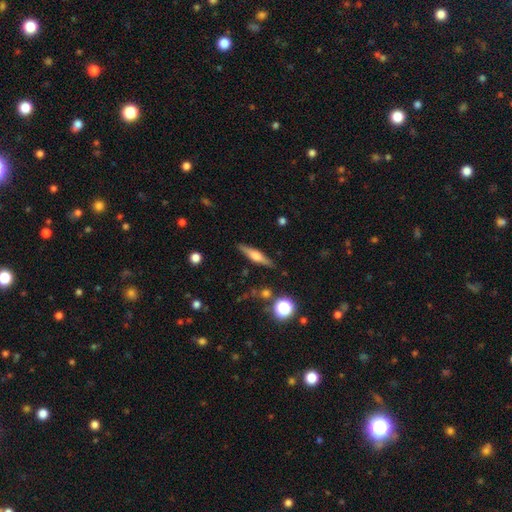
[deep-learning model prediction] Overall: featured or disk (60%; smooth 32%). Edge-on disk: yes (96%). Edge-on bulge: rounded (84%). Merging: none (87%).